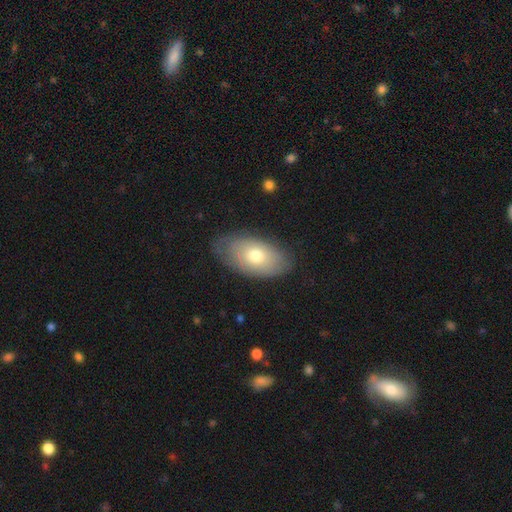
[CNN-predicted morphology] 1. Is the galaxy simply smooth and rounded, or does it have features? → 63% smooth, 30% featured or disk, 7% star or artifact.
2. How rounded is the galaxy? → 93% in between, 5% round, 2% cigar-shaped.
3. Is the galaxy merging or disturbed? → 74% none, 20% minor disturbance, 5% major disturbance, 1% merger.